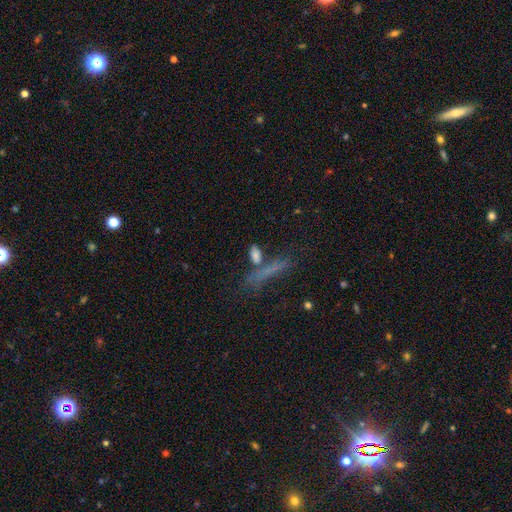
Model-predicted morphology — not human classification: Smooth or featured: smooth — 69% (featured or disk — 16%)
How rounded: in between — 54% (cigar-shaped — 37%)
Merging: none — 50% (merger — 24%)